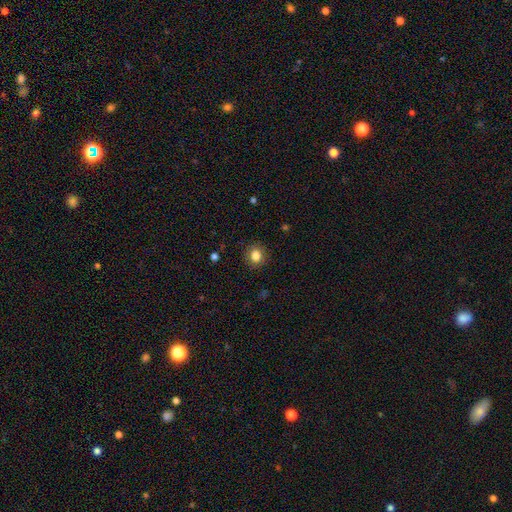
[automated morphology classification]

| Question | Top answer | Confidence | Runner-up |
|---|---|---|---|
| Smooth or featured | smooth | 84% | star or artifact (10%) |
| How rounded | round | 78% | in between (21%) |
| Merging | none | 89% | minor disturbance (8%) |